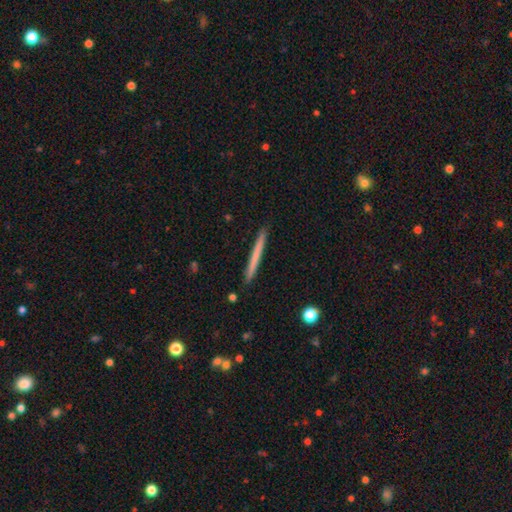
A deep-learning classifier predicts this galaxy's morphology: Smooth or featured: smooth — 63% (featured or disk — 32%)
How rounded: cigar-shaped — 97% (in between — 1%)
Merging: none — 92% (minor disturbance — 6%)